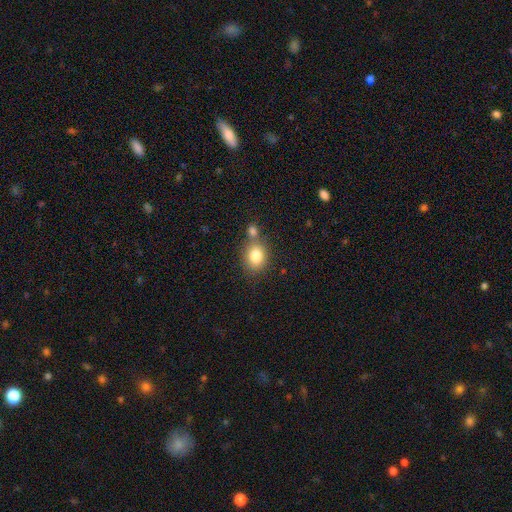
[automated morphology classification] smooth-or-featured: smooth: 81% | star or artifact: 10% | featured or disk: 9%
  how-rounded: round: 52% | in between: 47% | cigar-shaped: 1%
  merging: none: 58% | merger: 26% | minor disturbance: 12% | major disturbance: 4%